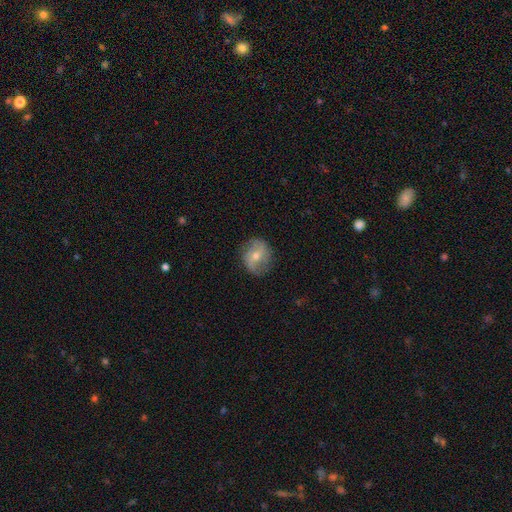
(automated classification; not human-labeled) Smooth or featured? featured or disk (59%)
Edge-on disk? no (95%)
Bar? weak (41%)
Spiral arms? yes (78%)
Bulge size? moderate (49%)
Merging? none (81%)